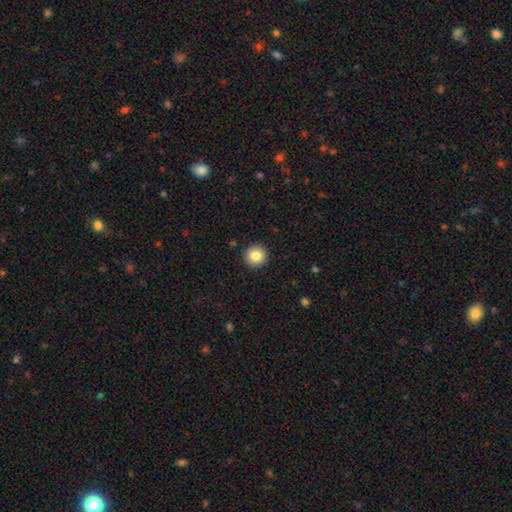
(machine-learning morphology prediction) Smooth or featured? Predicted: smooth (p=0.83). How rounded? Predicted: round (p=0.94). Merging? Predicted: none (p=0.93).